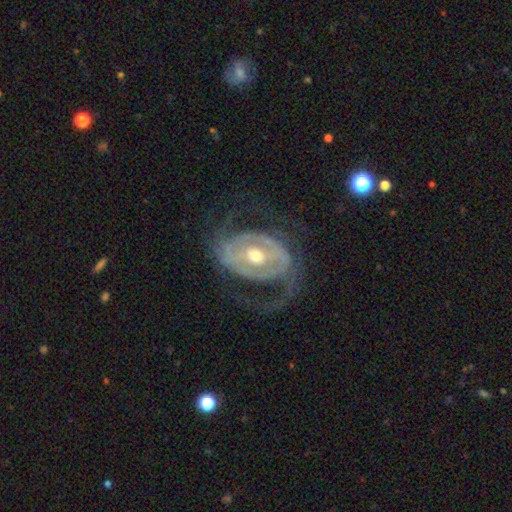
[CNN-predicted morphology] Overall: featured or disk (87%). Edge-on disk: no (96%). Bar: weak (38%; strong 34%). Spiral arms: yes (84%). Spiral arm count: 2 (72%). Spiral winding: medium (41%; tight 31%). Bulge size: moderate (72%). Merging: none (58%; major disturbance 24%).